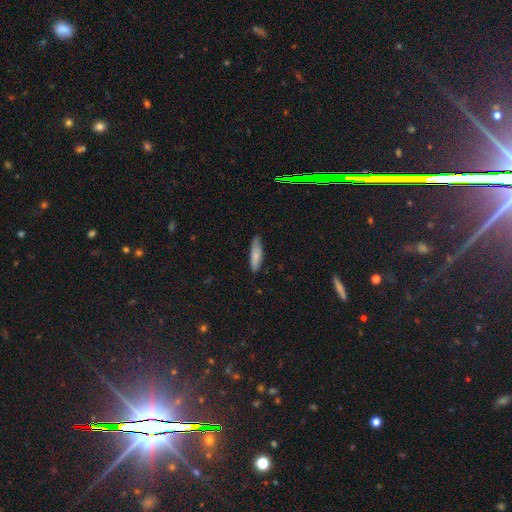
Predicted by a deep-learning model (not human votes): smooth_or_featured: smooth (p=0.77) [alt: featured or disk p=0.17]
how_rounded: cigar-shaped (p=0.64) [alt: in between p=0.34]
merging: none (p=0.78) [alt: minor disturbance p=0.18]